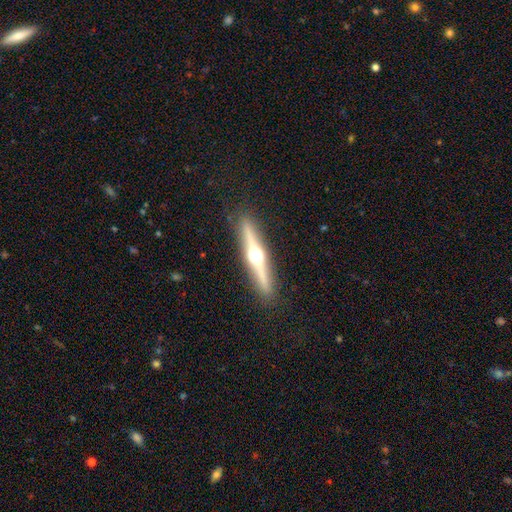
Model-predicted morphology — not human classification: This appears to be a featured or disk galaxy (75%) viewed edge-on (97%) with a rounded central bulge (96%). Merging: none (90%).